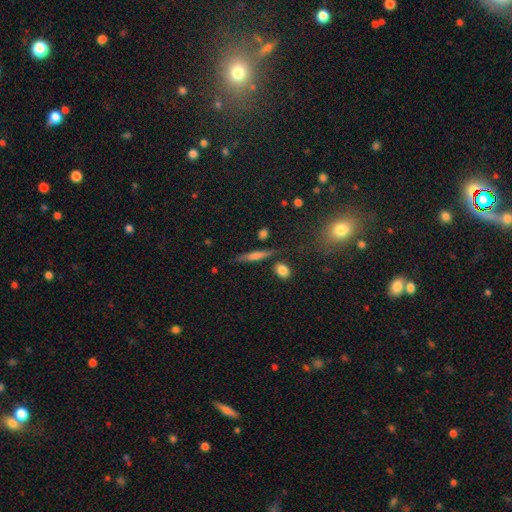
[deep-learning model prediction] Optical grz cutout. It shows a featured or disk galaxy (45%, tied with smooth). Merging: none (83%).